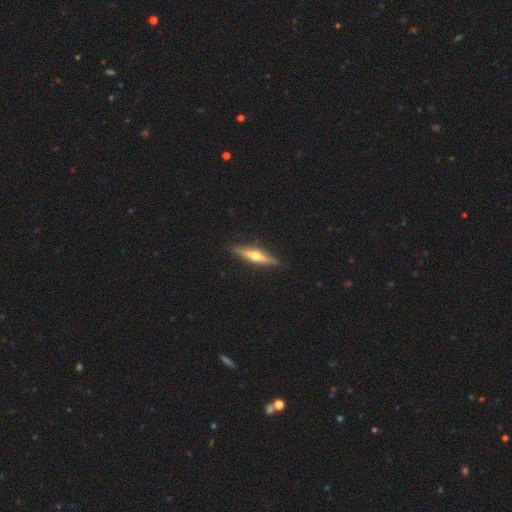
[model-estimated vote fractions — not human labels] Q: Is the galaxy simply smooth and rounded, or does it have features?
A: featured or disk — 68%.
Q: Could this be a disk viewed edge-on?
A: yes — 97%.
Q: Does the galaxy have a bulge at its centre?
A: rounded — 93%.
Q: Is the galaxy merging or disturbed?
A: none — 90%.